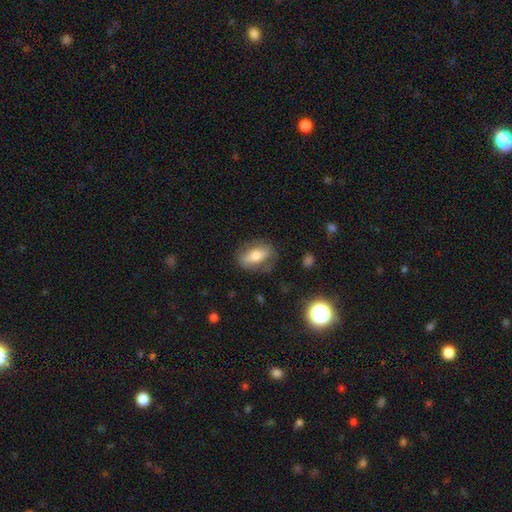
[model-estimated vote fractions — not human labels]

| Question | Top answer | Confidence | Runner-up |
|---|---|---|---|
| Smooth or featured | smooth | 60% | featured or disk (32%) |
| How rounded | in between | 84% | round (9%) |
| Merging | none | 73% | minor disturbance (18%) |